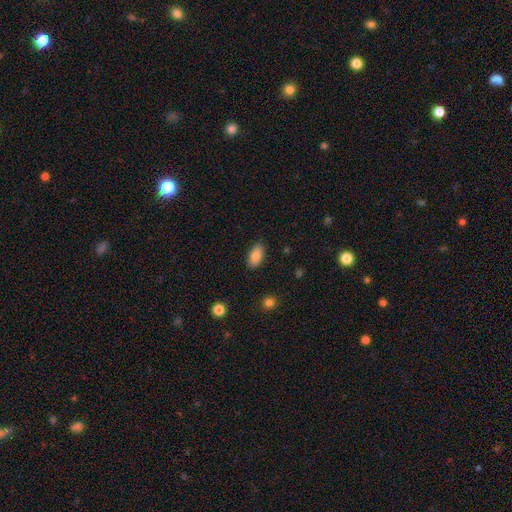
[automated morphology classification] smooth_or_featured: smooth (p=0.86) [alt: star or artifact p=0.07]
how_rounded: in between (p=0.92) [alt: cigar-shaped p=0.05]
merging: none (p=0.87) [alt: minor disturbance p=0.10]